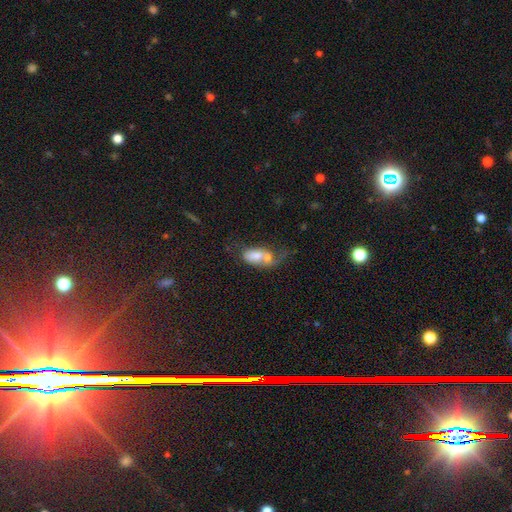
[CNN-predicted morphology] Smooth or featured: smooth — 63% (featured or disk — 28%)
How rounded: in between — 84% (round — 11%)
Merging: merger — 64% (none — 14%)